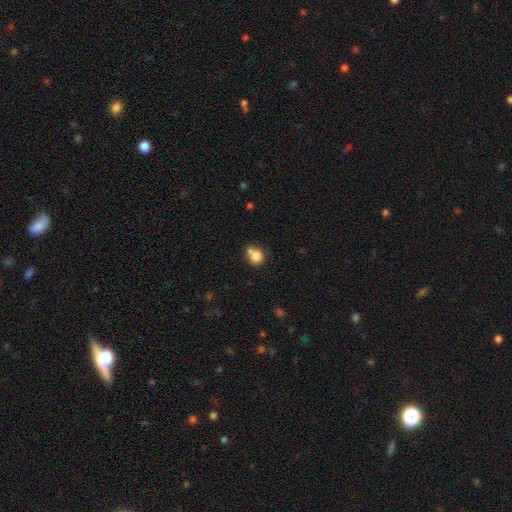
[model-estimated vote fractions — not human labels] smooth-or-featured: smooth: 79% | featured or disk: 10% | star or artifact: 10%
  how-rounded: round: 76% | in between: 23% | cigar-shaped: 1%
  merging: none: 45% | merger: 37% | minor disturbance: 13% | major disturbance: 5%